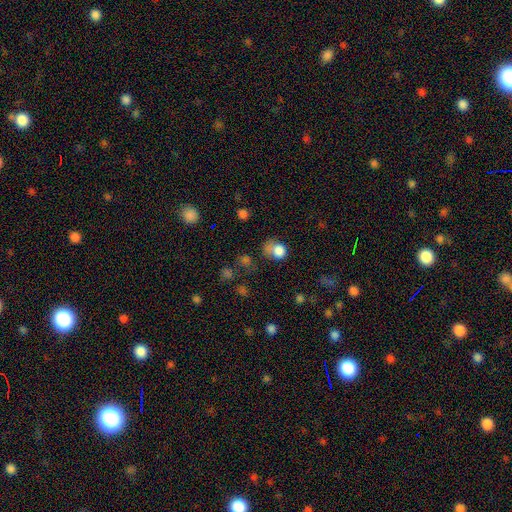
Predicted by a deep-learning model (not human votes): Q: Smooth or featured?
A: star or artifact (58%); runner-up: smooth (30%)